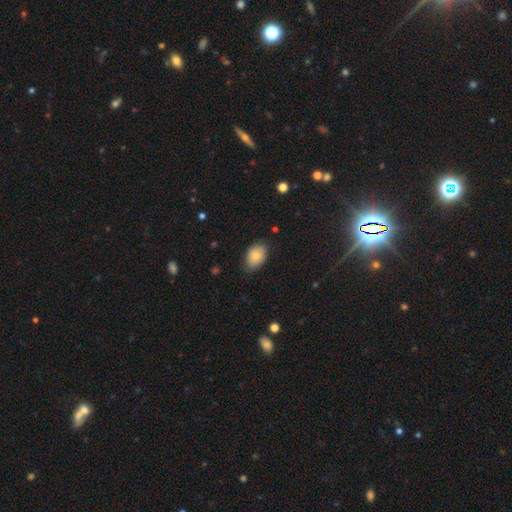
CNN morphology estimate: smooth-or-featured: smooth: 81% | featured or disk: 12% | star or artifact: 7%
  how-rounded: in between: 83% | round: 15% | cigar-shaped: 1%
  merging: none: 72% | minor disturbance: 23% | major disturbance: 4% | merger: 1%